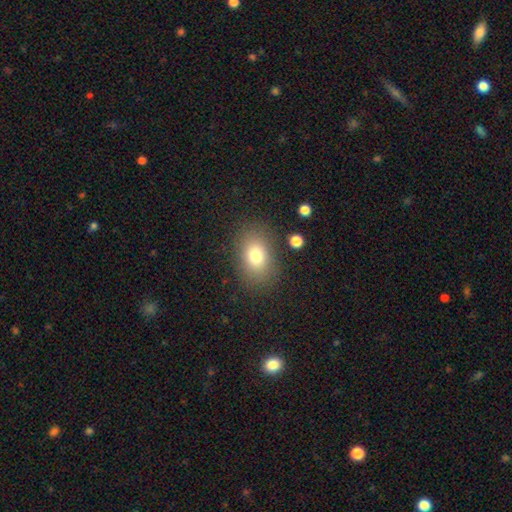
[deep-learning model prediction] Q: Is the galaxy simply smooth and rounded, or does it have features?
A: smooth — 78%.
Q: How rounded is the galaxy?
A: in between — 79%.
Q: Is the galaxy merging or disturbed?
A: none — 82%.